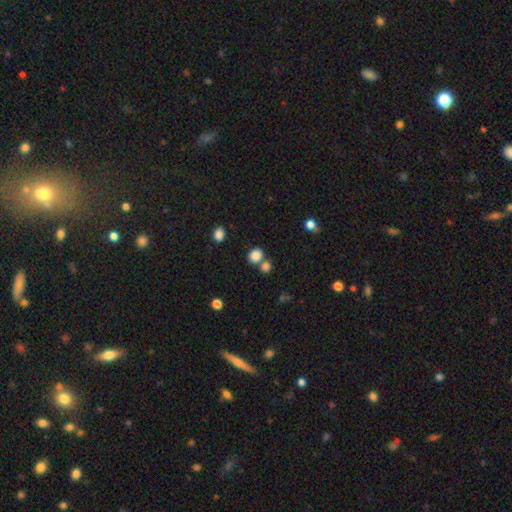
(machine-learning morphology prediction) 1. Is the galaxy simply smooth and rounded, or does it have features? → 83% smooth, 11% star or artifact, 5% featured or disk.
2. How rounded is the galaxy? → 69% round, 30% in between, 1% cigar-shaped.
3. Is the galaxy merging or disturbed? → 60% none, 28% merger, 9% minor disturbance, 3% major disturbance.